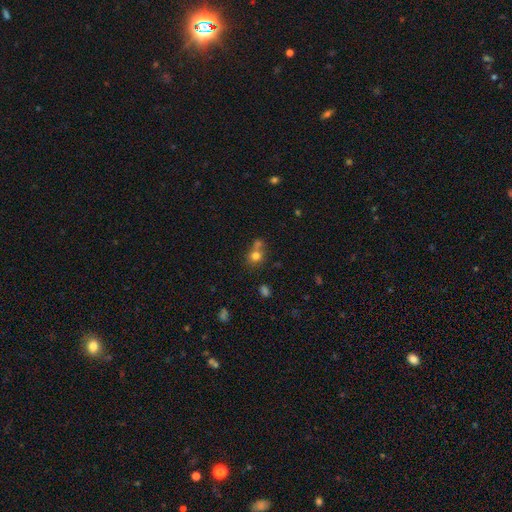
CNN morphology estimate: A smooth galaxy with no disk features (76%) that is round (81%).

Vote fractions:
- Smooth or featured? smooth: 76% / star or artifact: 14% / featured or disk: 10%
- How rounded? round: 81% / in between: 18% / cigar-shaped: 1%
- Merging? none: 48% / merger: 39% / minor disturbance: 9% / major disturbance: 4%